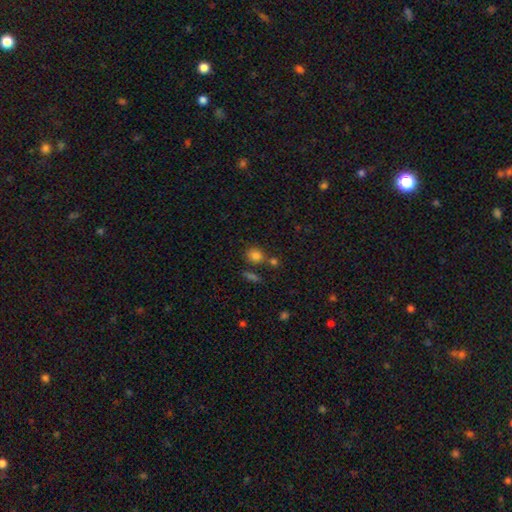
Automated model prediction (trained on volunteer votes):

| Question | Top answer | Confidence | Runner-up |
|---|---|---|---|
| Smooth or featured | smooth | 81% | star or artifact (12%) |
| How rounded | round | 69% | in between (30%) |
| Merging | none | 66% | merger (17%) |